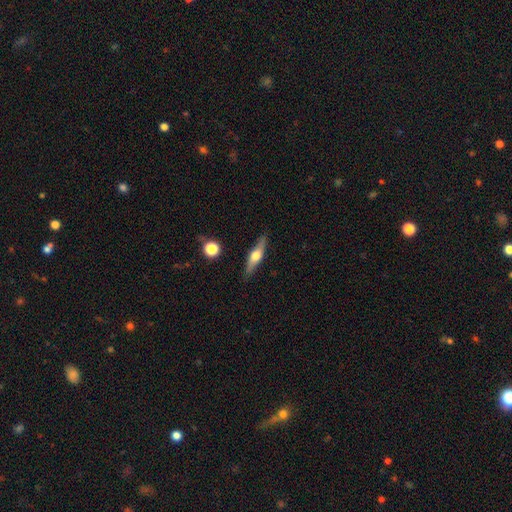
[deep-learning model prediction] A featured or disk galaxy (60%) viewed edge-on (93%) with a rounded central bulge (94%). Merging: none (86%).